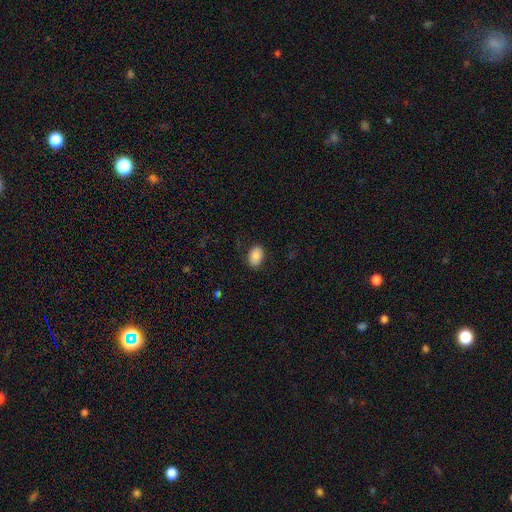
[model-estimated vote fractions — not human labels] The model was most divided on "how rounded": in between: 83%, round: 16%, cigar-shaped: 1%. More confident: smooth or featured — smooth (87%); merging — none (85%).